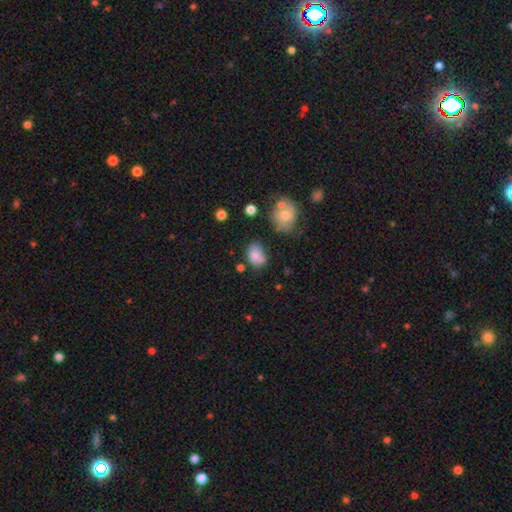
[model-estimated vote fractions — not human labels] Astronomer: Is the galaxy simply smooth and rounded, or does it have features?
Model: smooth — 78%.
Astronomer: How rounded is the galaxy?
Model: in between — 71%.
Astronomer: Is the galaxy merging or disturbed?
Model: none — 53%.